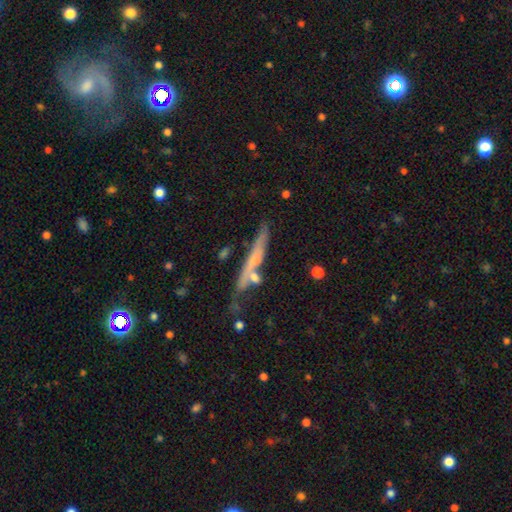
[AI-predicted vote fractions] Smooth or featured? Predicted: smooth (p=0.51). How rounded? Predicted: cigar-shaped (p=0.89). Merging? Predicted: none (p=0.56).